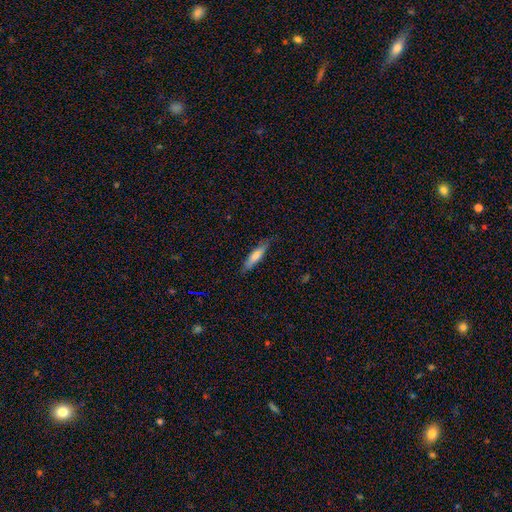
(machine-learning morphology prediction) This appears to be a smooth galaxy with no disk features (62%) that is cigar-shaped (77%). Merging: none (83%).